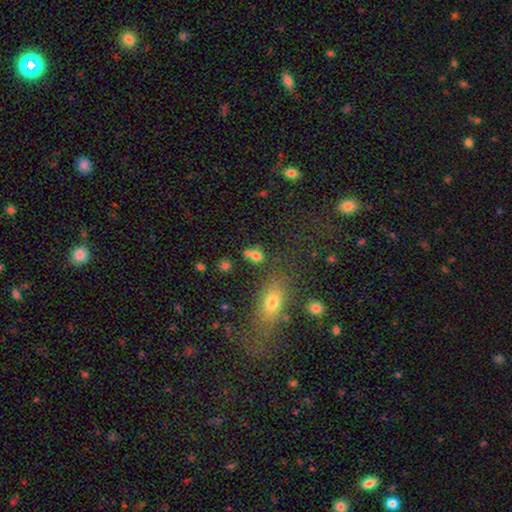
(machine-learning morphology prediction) The model was most divided on "how rounded": in between: 52%, round: 45%, cigar-shaped: 3%. Remaining: smooth or featured — smooth (72%); merging — none (46%).